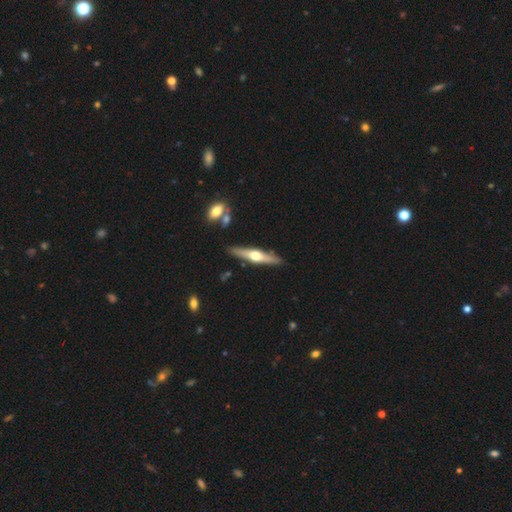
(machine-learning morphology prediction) Smooth or featured? Predicted: featured or disk (p=0.65). Edge-on disk? Predicted: yes (p=0.96). Edge-on bulge? Predicted: rounded (p=0.94). Merging? Predicted: none (p=0.87).